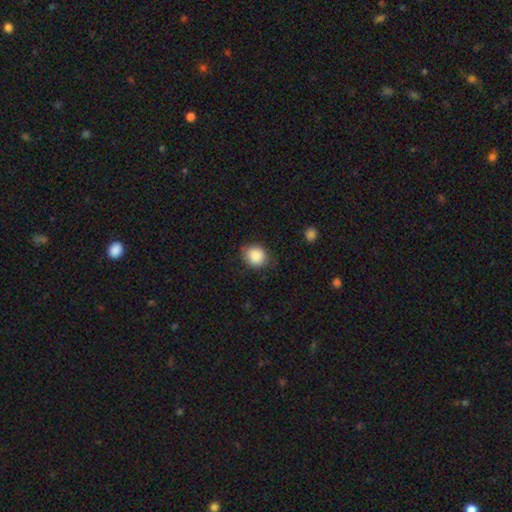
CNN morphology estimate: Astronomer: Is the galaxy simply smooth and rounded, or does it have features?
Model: smooth — 87%.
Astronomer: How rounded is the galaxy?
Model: round — 76%.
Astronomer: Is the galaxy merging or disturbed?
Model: none — 78%.